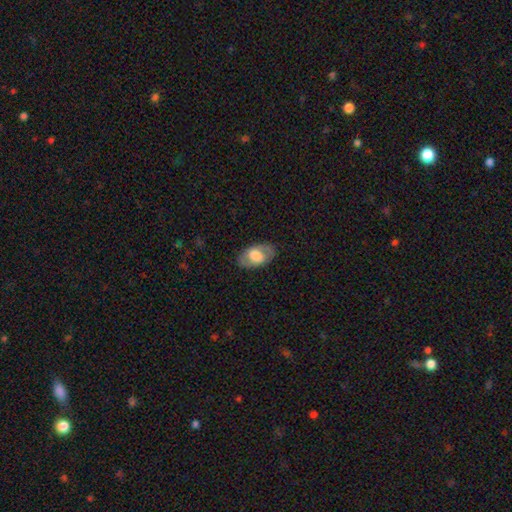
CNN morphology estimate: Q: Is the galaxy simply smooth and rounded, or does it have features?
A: smooth — 54%.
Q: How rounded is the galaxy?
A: in between — 92%.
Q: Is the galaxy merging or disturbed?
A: none — 83%.